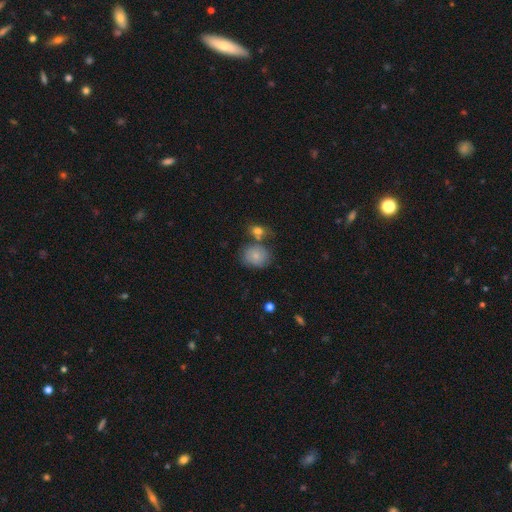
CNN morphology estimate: Smooth or featured?
  - smooth: 74% *
  - featured or disk: 17%
  - star or artifact: 9%
How rounded?
  - round: 67% *
  - in between: 32%
  - cigar-shaped: 1%
Merging?
  - none: 60% *
  - minor disturbance: 18%
  - merger: 16%
  - major disturbance: 6%